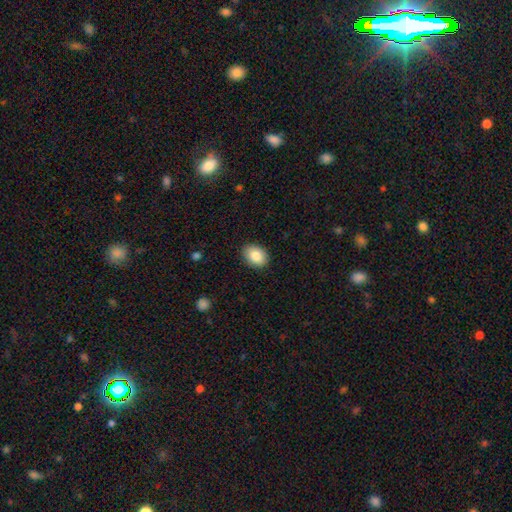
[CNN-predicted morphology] Smooth or featured? smooth (85%)
How rounded? in between (72%)
Merging? none (89%)